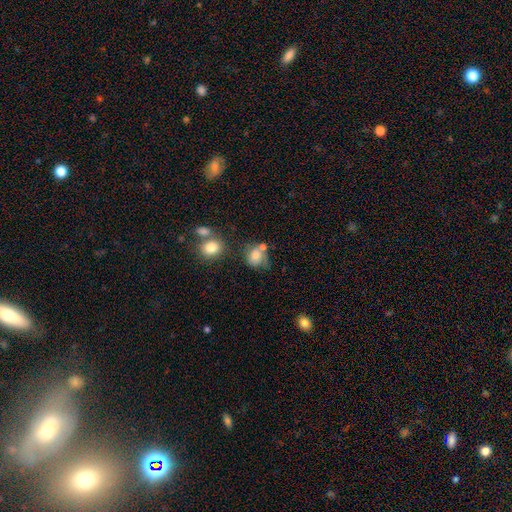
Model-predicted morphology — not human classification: The model was most divided on "merging": none: 37%, minor disturbance: 24%, merger: 22%, major disturbance: 17%. More confident: smooth or featured — smooth (70%); how rounded — round (59%).